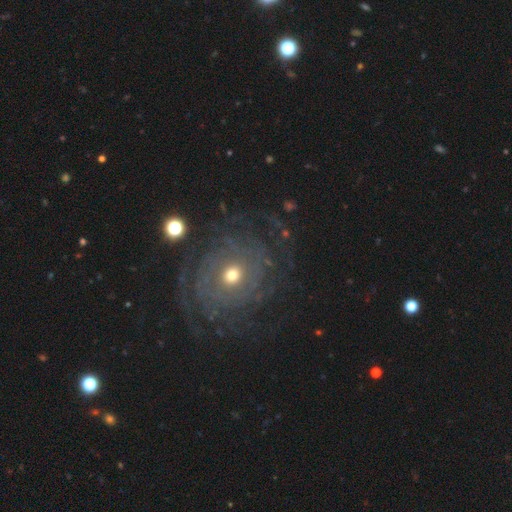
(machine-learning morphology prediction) Smooth or featured?
  - featured or disk: 76% *
  - star or artifact: 13%
  - smooth: 11%
Edge-on disk?
  - no: 96% *
  - yes: 4%
Bar?
  - no: 75% *
  - weak: 19%
  - strong: 6%
Spiral arms?
  - yes: 89% *
  - no: 11%
Spiral winding?
  - tight: 75% *
  - medium: 19%
  - loose: 6%
Spiral arm count?
  - can't tell: 43% *
  - more than 4: 15%
  - 2: 12%
  - 3: 12%
  - 4: 11%
  - 1: 7%
Bulge size?
  - moderate: 48% *
  - small: 47%
  - large: 3%
  - none: 1%
  - dominant: 1%
Merging?
  - none: 78% *
  - minor disturbance: 12%
  - major disturbance: 8%
  - merger: 2%